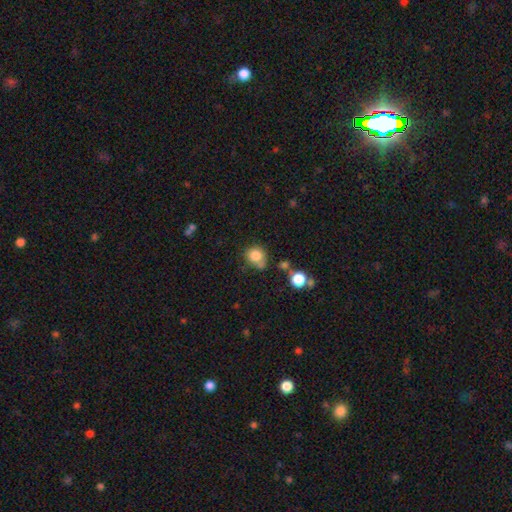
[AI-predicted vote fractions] Smooth or featured?
  - smooth: 81% *
  - star or artifact: 11%
  - featured or disk: 8%
How rounded?
  - round: 80% *
  - in between: 19%
  - cigar-shaped: 1%
Merging?
  - none: 56% *
  - minor disturbance: 21%
  - merger: 15%
  - major disturbance: 7%